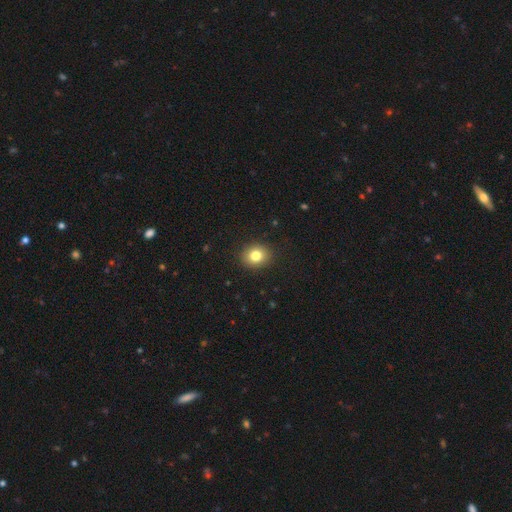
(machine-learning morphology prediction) This appears to be a smooth galaxy with no disk features (81%) that is round (70%). Merging: none (90%).